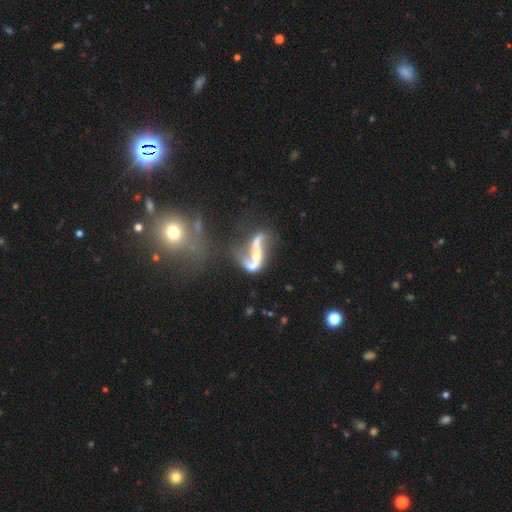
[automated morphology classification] type=featured or disk (84%); edge-on=no (91%); bar=no (39%); spiral arms=yes (90%); winding=loose (85%); arm count=2 (89%); bulge=moderate (46%); merging=none (40%).